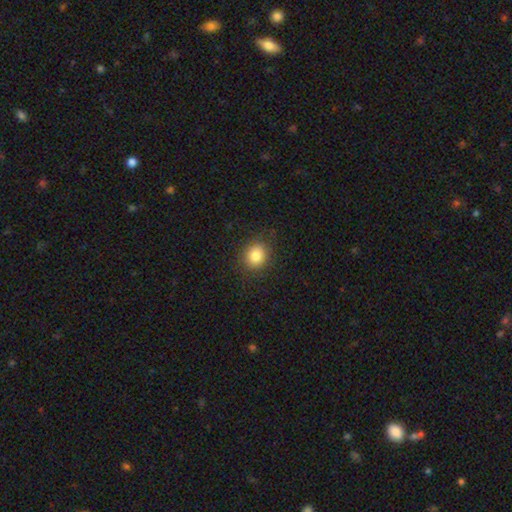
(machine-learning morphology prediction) Q: Smooth or featured?
A: smooth (83%); runner-up: star or artifact (10%)
Q: How rounded?
A: round (75%); runner-up: in between (24%)
Q: Merging?
A: none (86%); runner-up: minor disturbance (10%)